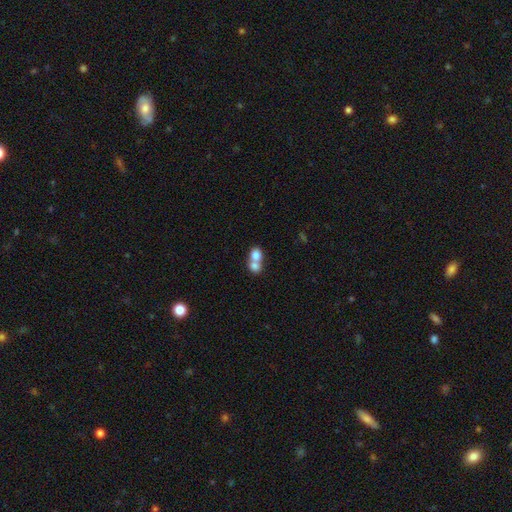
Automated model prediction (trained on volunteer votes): Smooth or featured? Predicted: smooth (p=0.77). How rounded? Predicted: round (p=0.62). Merging? Predicted: merger (p=0.70).